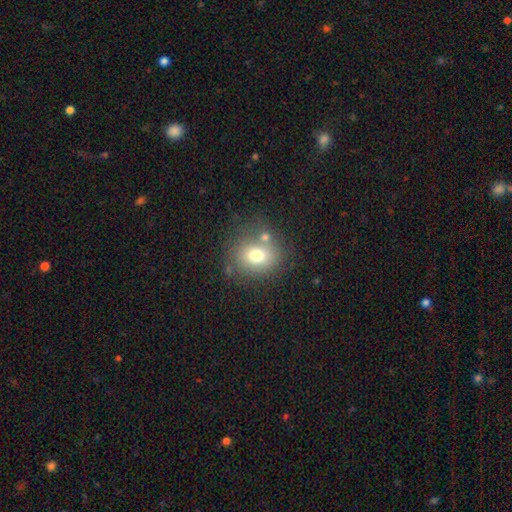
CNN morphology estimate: smooth-or-featured: smooth: 72% | featured or disk: 15% | star or artifact: 13%
  how-rounded: round: 64% | in between: 35% | cigar-shaped: 1%
  merging: none: 66% | merger: 15% | minor disturbance: 14% | major disturbance: 5%